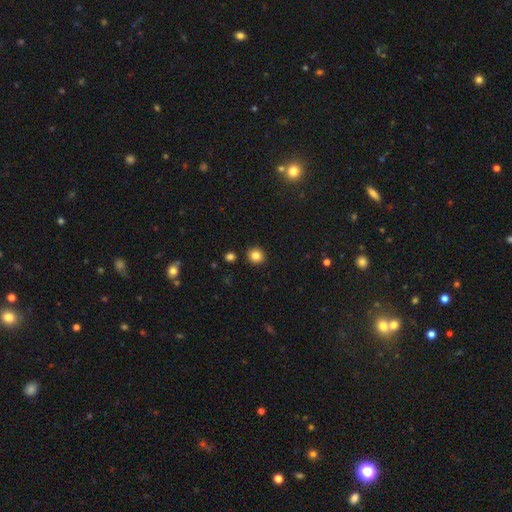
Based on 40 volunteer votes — Smooth or featured? smooth (85%)
How rounded? round (91%)
Merging? none (83%)